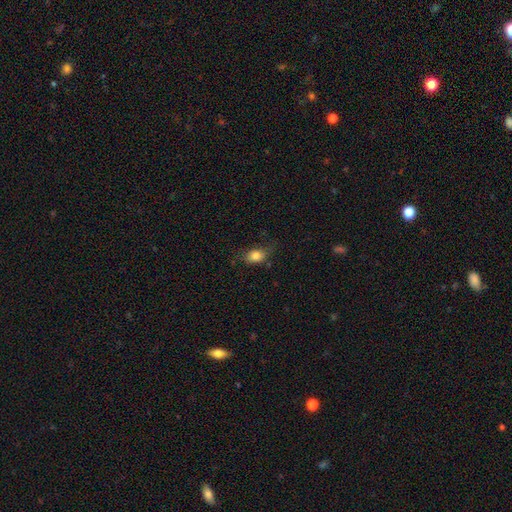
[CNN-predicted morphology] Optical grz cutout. It shows a smooth galaxy with no disk features (82%) that is in between round and cigar-shaped (72%). Merging: none (60%).